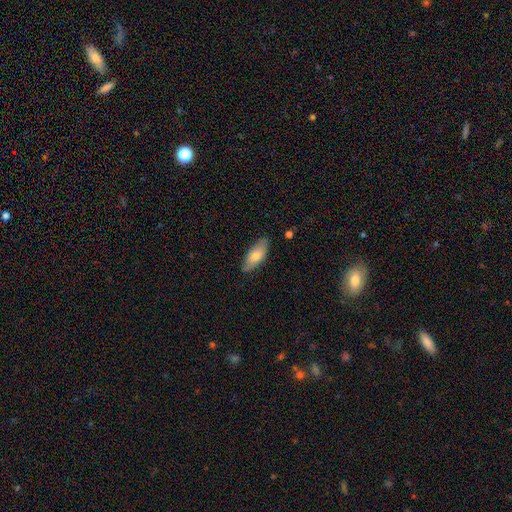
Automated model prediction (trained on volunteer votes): smooth_or_featured: smooth (p=0.71) [alt: featured or disk p=0.23]
how_rounded: in between (p=0.79) [alt: cigar-shaped p=0.19]
merging: none (p=0.82) [alt: minor disturbance p=0.14]